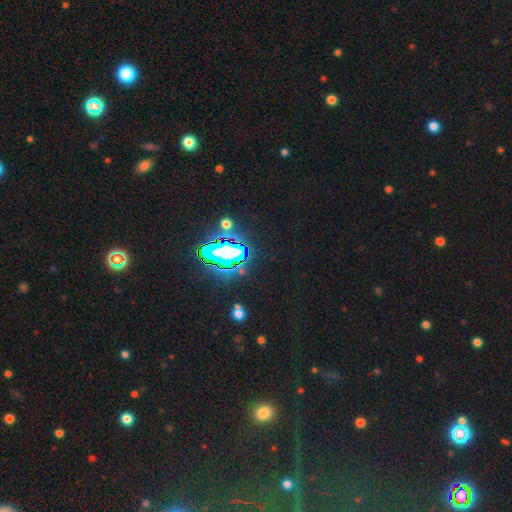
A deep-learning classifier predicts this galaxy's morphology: type=star or artifact (81%).